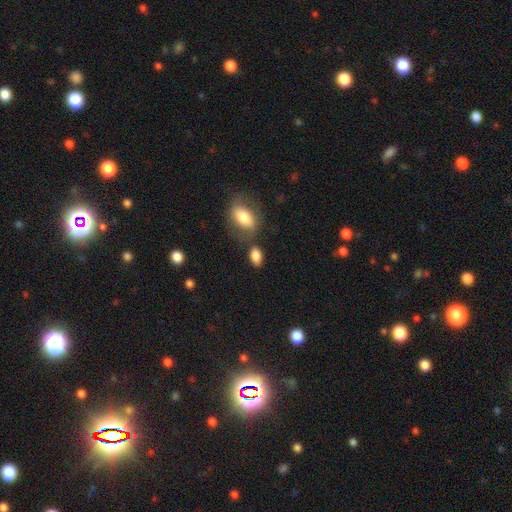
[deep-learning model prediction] Q: Smooth or featured?
A: smooth (85%); runner-up: star or artifact (8%)
Q: How rounded?
A: in between (89%); runner-up: round (9%)
Q: Merging?
A: none (65%); runner-up: minor disturbance (15%)